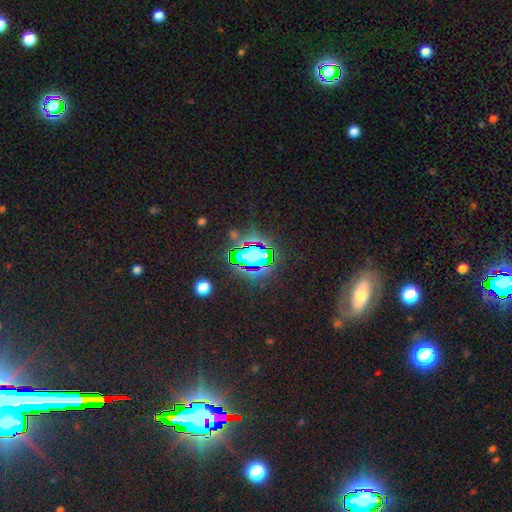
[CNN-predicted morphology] Q: Smooth or featured?
A: star or artifact (64%); runner-up: smooth (24%)